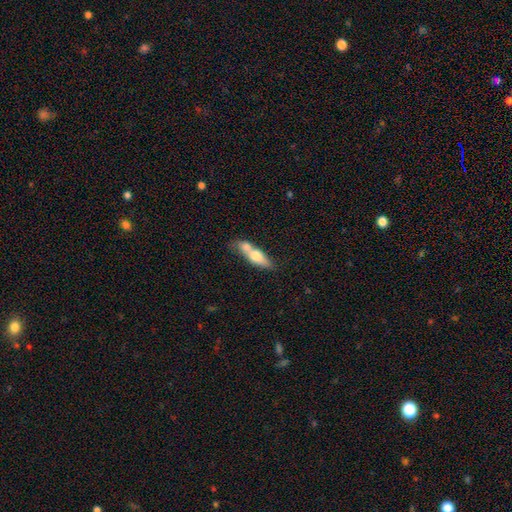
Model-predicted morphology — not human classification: smooth 62%, featured or disk 31%, star or artifact 7%. Down the decision tree: how rounded — in between (56%); merging — merger (54%).